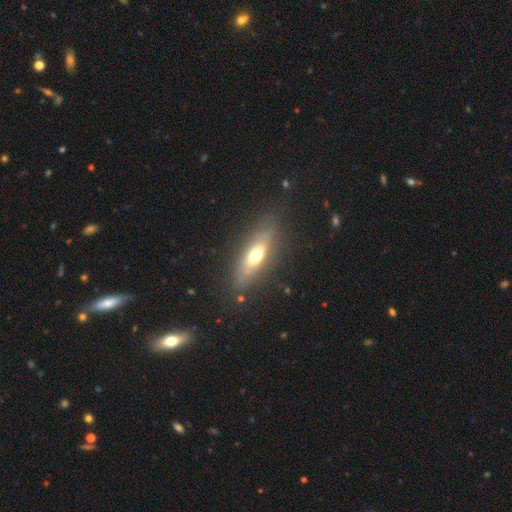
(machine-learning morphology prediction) A smooth galaxy with no disk features (49%). Merging: none (79%).